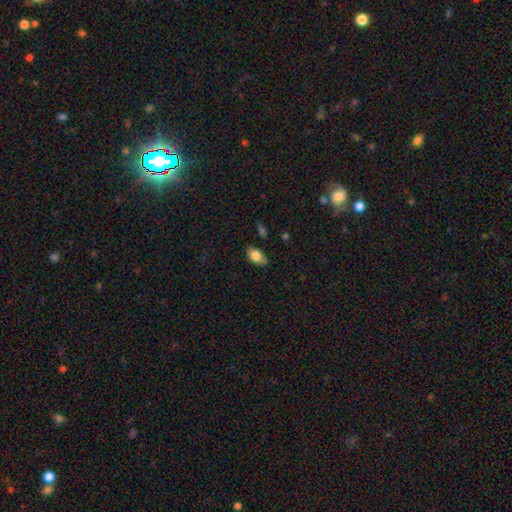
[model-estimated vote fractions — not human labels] Smooth or featured? Predicted: smooth (p=0.80). How rounded? Predicted: in between (p=0.90). Merging? Predicted: none (p=0.76).